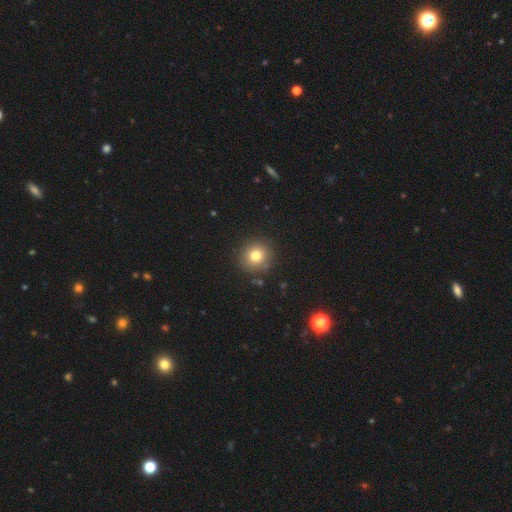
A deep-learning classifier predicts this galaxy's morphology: This appears to be a smooth galaxy with no disk features (78%) that is round (92%). Merging: none (89%).